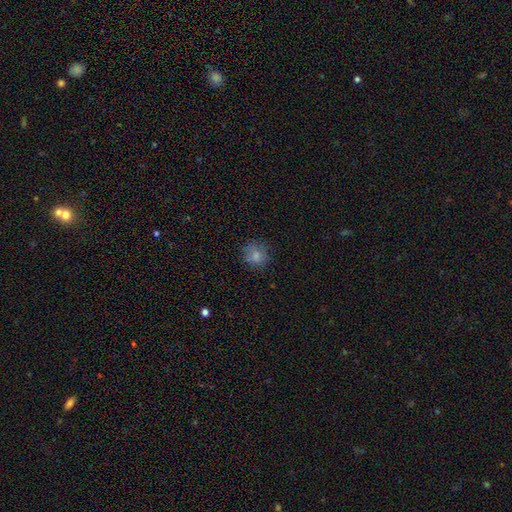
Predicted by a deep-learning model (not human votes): A smooth galaxy with no disk features (78%) that is round (79%).

Vote fractions:
- Smooth or featured? smooth: 78% / star or artifact: 13% / featured or disk: 9%
- How rounded? round: 79% / in between: 20% / cigar-shaped: 1%
- Merging? none: 74% / minor disturbance: 17% / major disturbance: 6% / merger: 2%